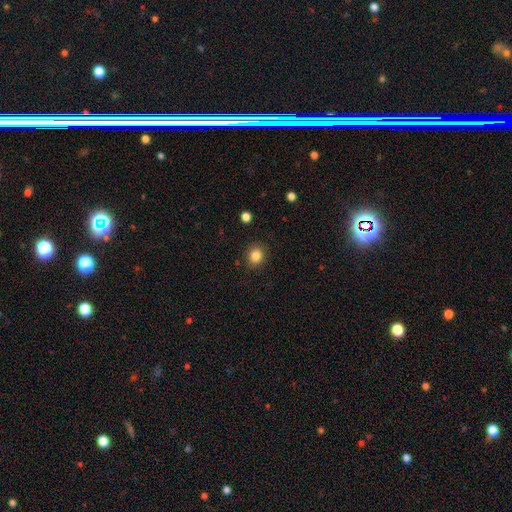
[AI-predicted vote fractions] This appears to be a smooth galaxy with no disk features (84%) that is round (70%). Merging: none (87%).